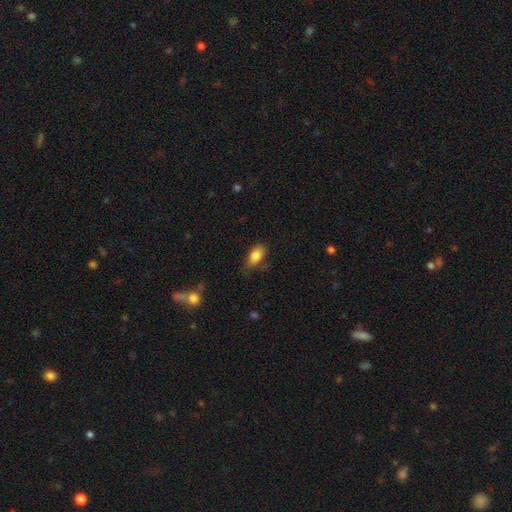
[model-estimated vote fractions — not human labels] Smooth or featured: smooth — 83% (featured or disk — 9%)
How rounded: in between — 89% (round — 7%)
Merging: none — 58% (minor disturbance — 31%)